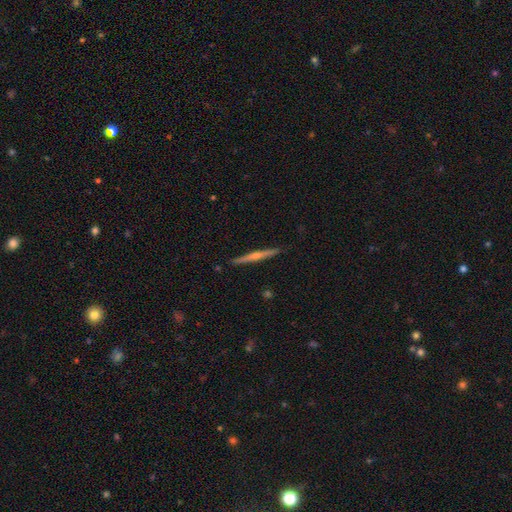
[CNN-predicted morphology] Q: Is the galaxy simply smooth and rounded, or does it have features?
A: featured or disk — 74%.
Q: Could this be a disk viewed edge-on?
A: yes — 98%.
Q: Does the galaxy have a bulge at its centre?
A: rounded — 77%.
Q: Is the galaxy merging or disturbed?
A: none — 92%.